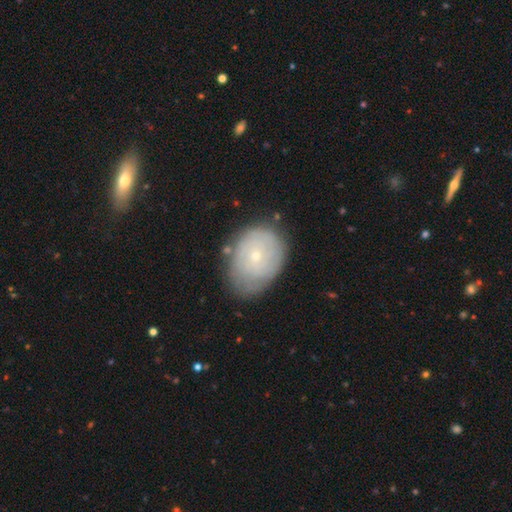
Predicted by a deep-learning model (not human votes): The model was most divided on "smooth or featured": featured or disk: 48%, smooth: 44%, star or artifact: 8%. More confident: merging — none (68%).